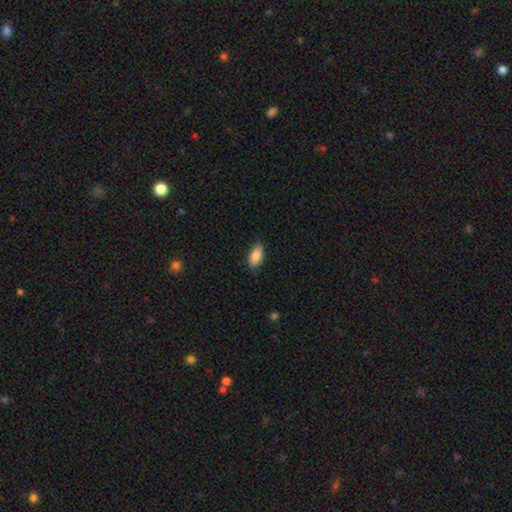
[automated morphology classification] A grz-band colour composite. It shows a smooth galaxy with no disk features (87%) that is in between round and cigar-shaped (90%). Merging: none (85%).